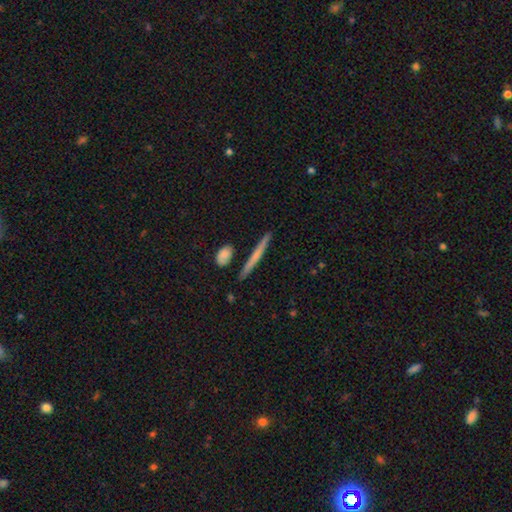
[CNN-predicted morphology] Smooth or featured?
  - smooth: 50% *
  - featured or disk: 43%
  - star or artifact: 6%
How rounded?
  - cigar-shaped: 95% *
  - in between: 3%
  - round: 2%
Merging?
  - none: 88% *
  - minor disturbance: 7%
  - merger: 3%
  - major disturbance: 2%